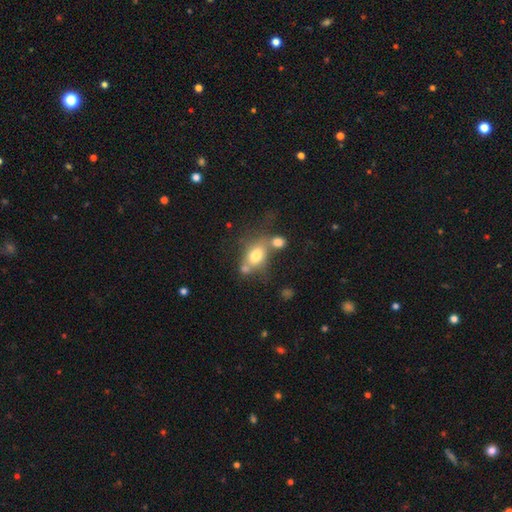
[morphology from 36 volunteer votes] type=smooth (83%); roundness=in between (63%); merging=merger (38%).